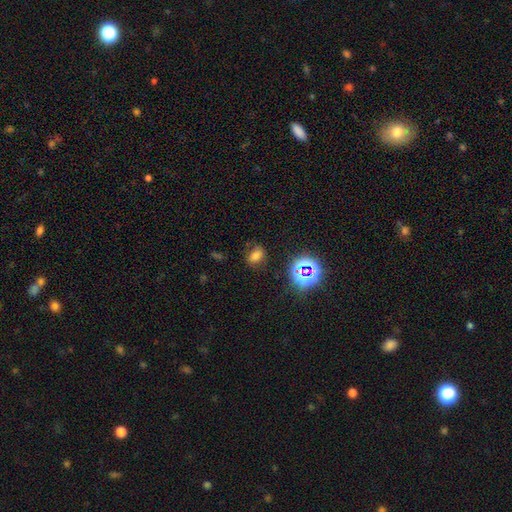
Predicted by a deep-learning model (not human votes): smooth 64%, star or artifact 27%, featured or disk 9%. Down the decision tree: how rounded — in between (71%); merging — none (76%).